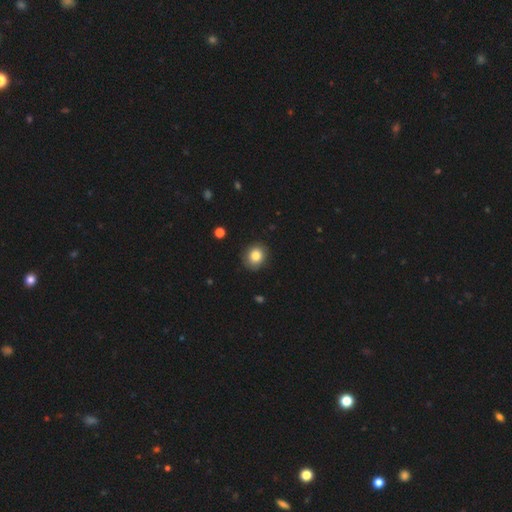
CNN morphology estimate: This is clearly a smooth galaxy (82%). How rounded: likely round (73%). Merging: clearly none (86%).